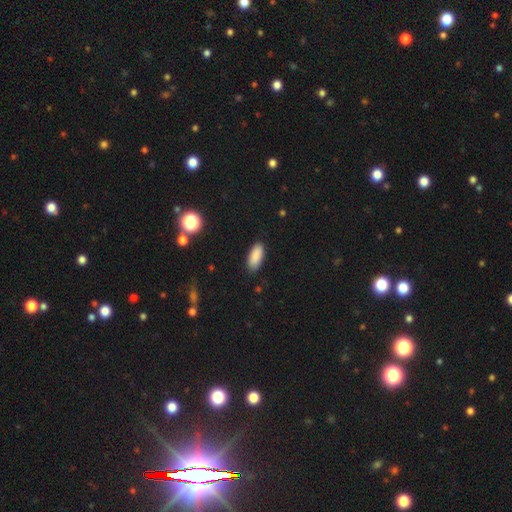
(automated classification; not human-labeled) Smooth or featured: smooth — 88% (star or artifact — 8%)
How rounded: in between — 85% (cigar-shaped — 13%)
Merging: none — 87% (minor disturbance — 10%)